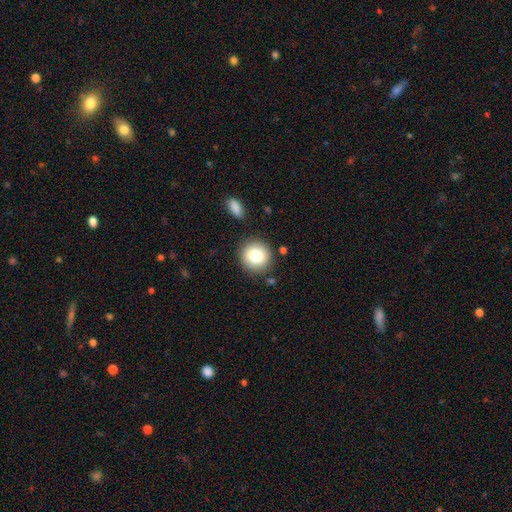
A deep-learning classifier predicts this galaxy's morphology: Q: Smooth or featured?
A: smooth (79%); runner-up: featured or disk (11%)
Q: How rounded?
A: round (92%); runner-up: in between (7%)
Q: Merging?
A: none (86%); runner-up: minor disturbance (8%)